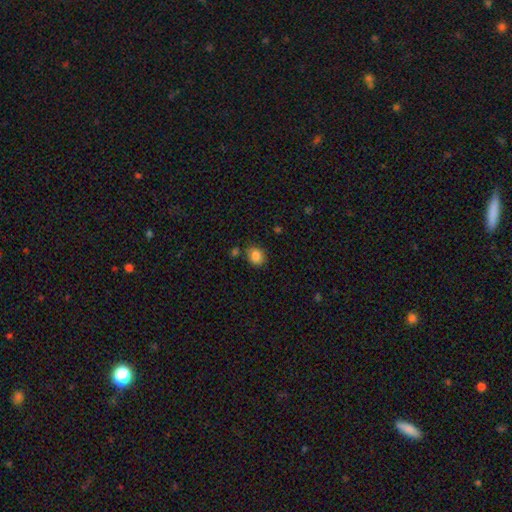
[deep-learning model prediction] The model was most divided on "how rounded": round: 62%, in between: 38%, cigar-shaped: 1%. More confident: smooth or featured — smooth (86%); merging — none (77%).